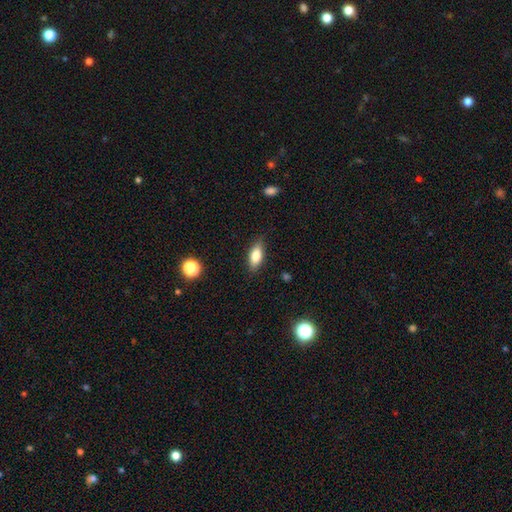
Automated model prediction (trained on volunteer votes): Q: Smooth or featured?
A: smooth (77%); runner-up: featured or disk (15%)
Q: How rounded?
A: in between (78%); runner-up: cigar-shaped (18%)
Q: Merging?
A: none (83%); runner-up: minor disturbance (13%)